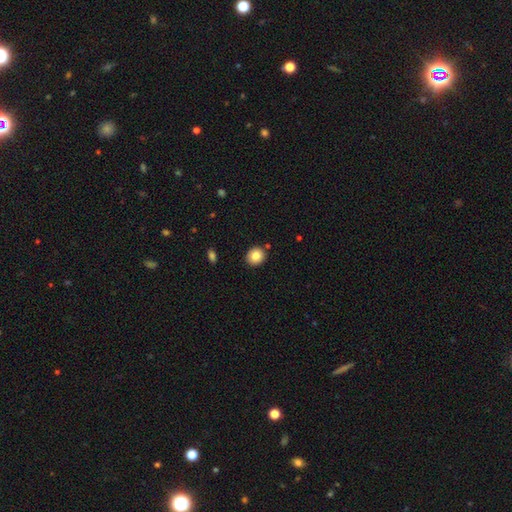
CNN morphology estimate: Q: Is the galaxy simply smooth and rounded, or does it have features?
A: smooth — 83%.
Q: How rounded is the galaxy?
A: round — 77%.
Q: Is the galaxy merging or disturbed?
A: none — 89%.